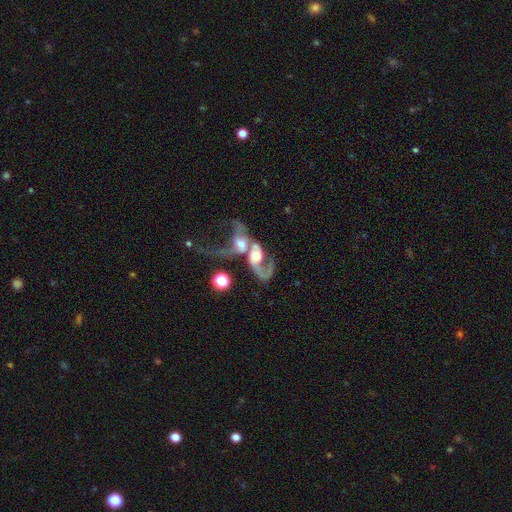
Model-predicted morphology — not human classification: Overall: featured or disk (69%). Edge-on disk: no (95%). Bar: no (67%). Spiral arms: yes (75%). Bulge size: moderate (49%; large 26%). Merging: merger (78%).